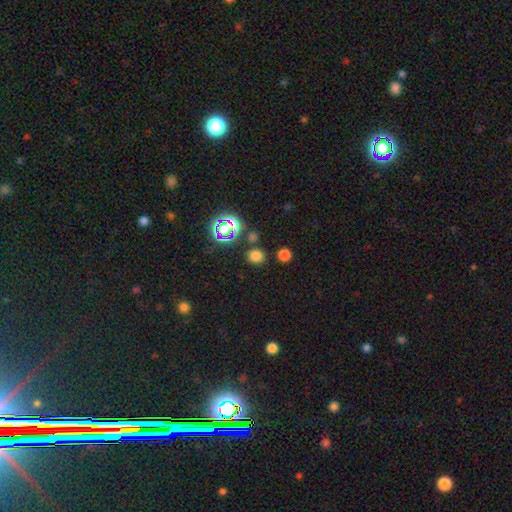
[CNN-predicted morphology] A smooth galaxy with no disk features (71%) that is round (80%). Merging: none (83%).